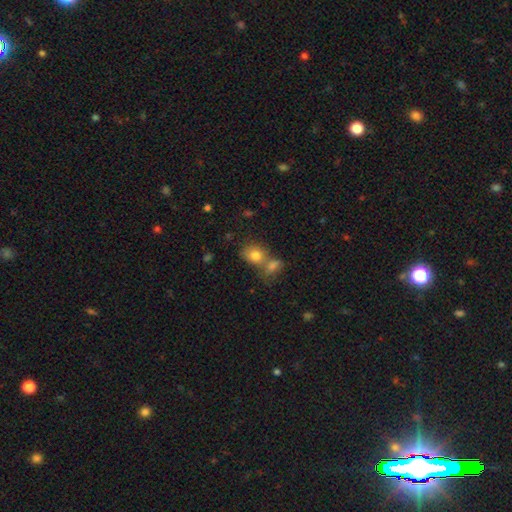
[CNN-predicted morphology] Overall: smooth (80%). How rounded: round (51%; in between 48%). Merging: merger (44%; none 41%).